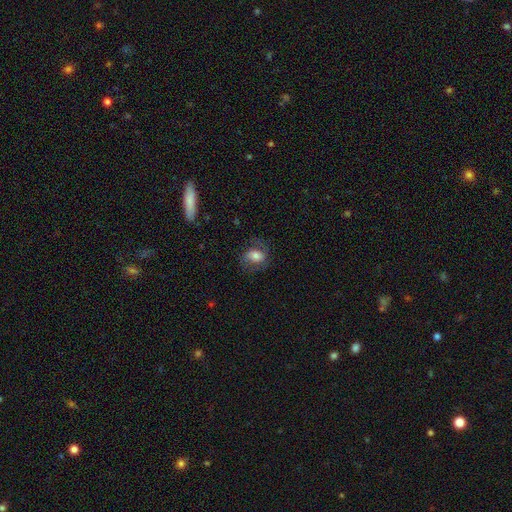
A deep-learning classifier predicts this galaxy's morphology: Q: Smooth or featured?
A: smooth (54%); runner-up: featured or disk (37%)
Q: How rounded?
A: in between (67%); runner-up: round (31%)
Q: Merging?
A: none (66%); runner-up: minor disturbance (19%)